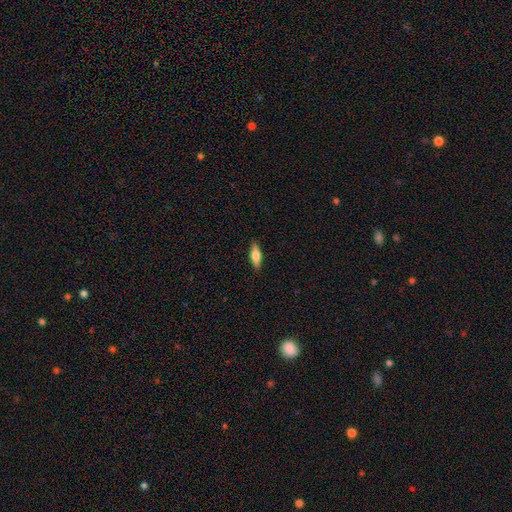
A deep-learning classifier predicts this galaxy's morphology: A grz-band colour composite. It shows a smooth galaxy with no disk features (66%) that is cigar-shaped (49%, tied with in between). Merging: none (89%).